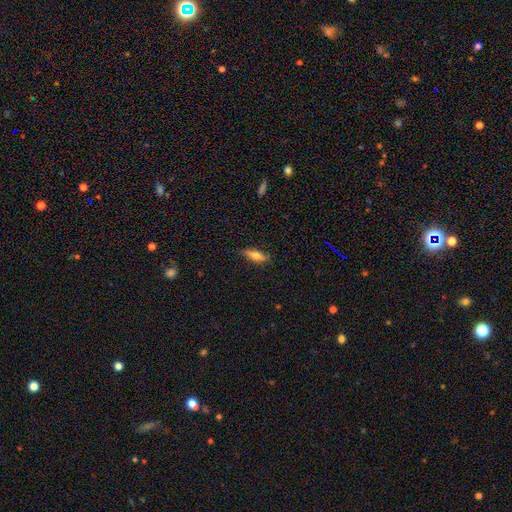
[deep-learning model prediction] Smooth or featured? Predicted: smooth (p=0.70). How rounded? Predicted: in between (p=0.49). Merging? Predicted: none (p=0.72).